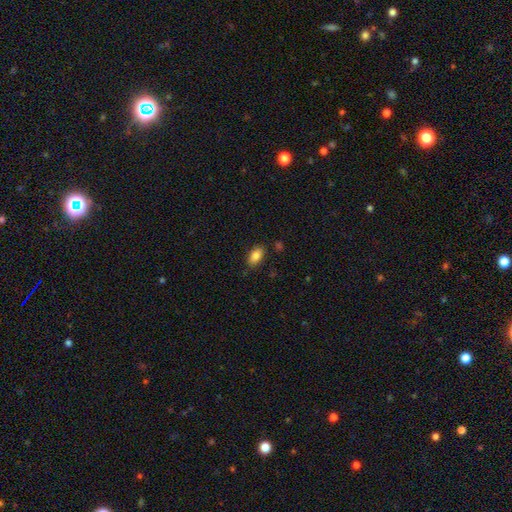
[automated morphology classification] type=smooth (85%); roundness=in between (91%); merging=none (82%).